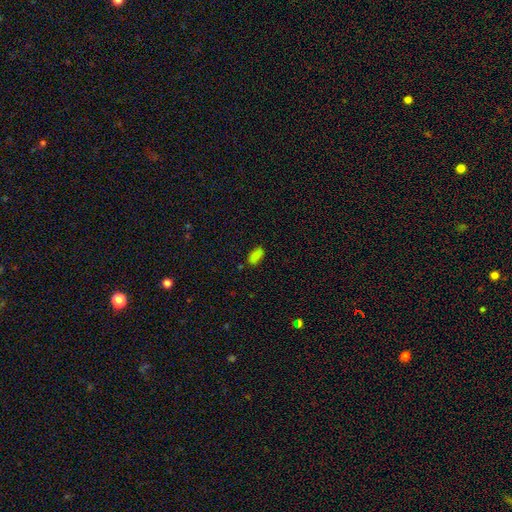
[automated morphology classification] Smooth or featured: smooth — 84% (star or artifact — 11%)
How rounded: in between — 91% (cigar-shaped — 6%)
Merging: none — 82% (minor disturbance — 13%)